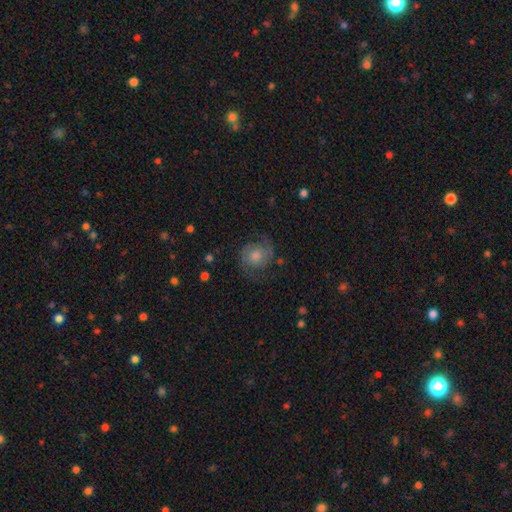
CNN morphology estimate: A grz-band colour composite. It shows a featured or disk galaxy (67%) with no bar (74%), 2 (83%) medium (47%) spiral arms (93%) and a moderate central bulge (52%). Merging: none (73%).